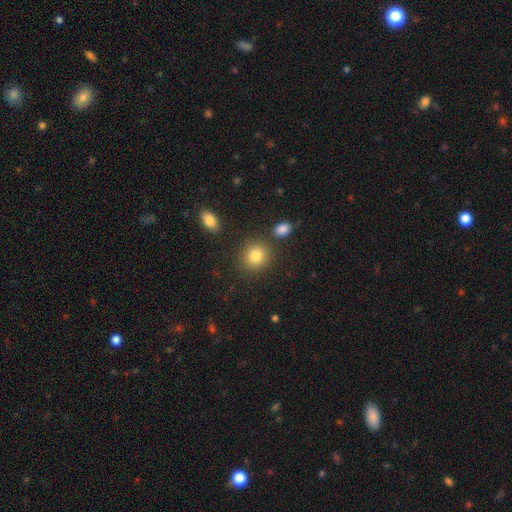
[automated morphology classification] Smooth or featured? Predicted: smooth (p=0.84). How rounded? Predicted: round (p=0.81). Merging? Predicted: none (p=0.82).